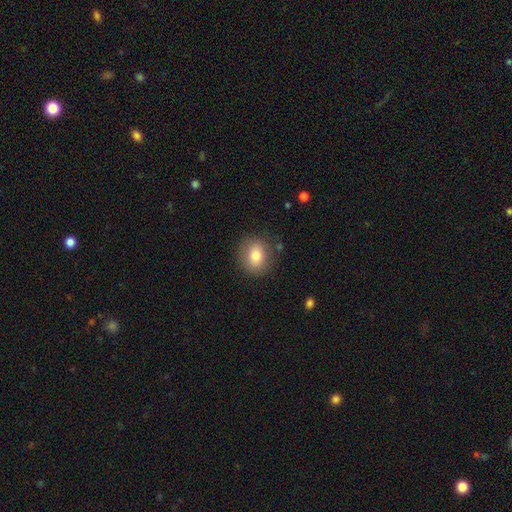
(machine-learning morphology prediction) smooth_or_featured: smooth (p=0.78) [alt: featured or disk p=0.12]
how_rounded: round (p=0.65) [alt: in between p=0.34]
merging: none (p=0.83) [alt: minor disturbance p=0.12]